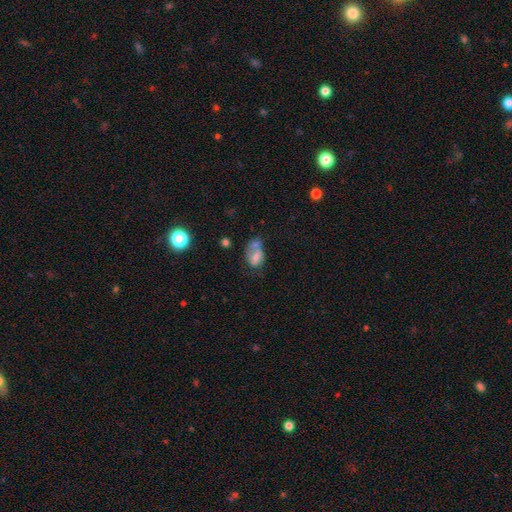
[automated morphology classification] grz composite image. It shows a smooth galaxy with no disk features (57%) that is in between round and cigar-shaped (79%). Merging: merger (41%).